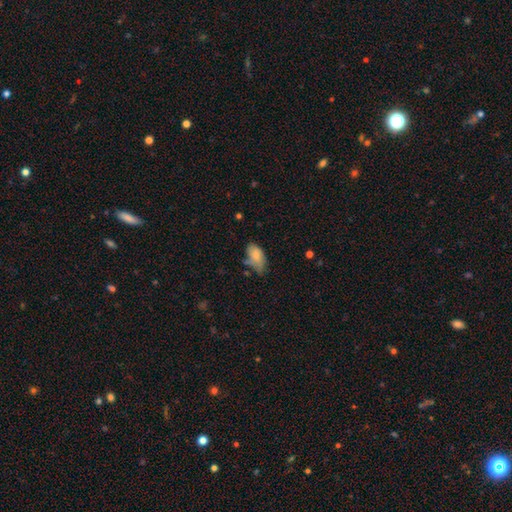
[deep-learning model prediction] The model was most divided on "merging": none: 42%, minor disturbance: 38%, major disturbance: 12%, merger: 7%. More confident: how rounded — in between (93%); smooth or featured — smooth (78%).